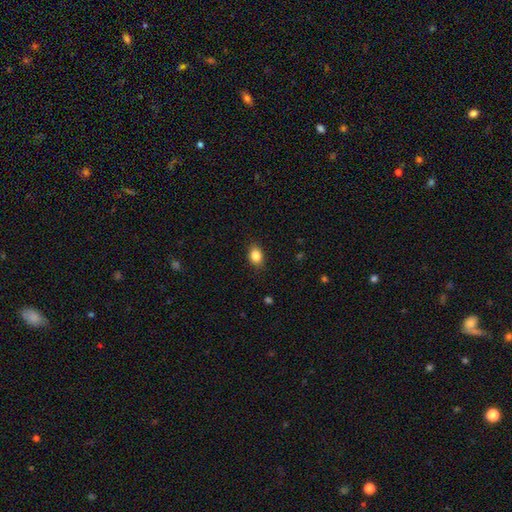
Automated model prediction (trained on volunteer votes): This appears to be a smooth galaxy with no disk features (85%) that is in between round and cigar-shaped (71%). Merging: none (86%).